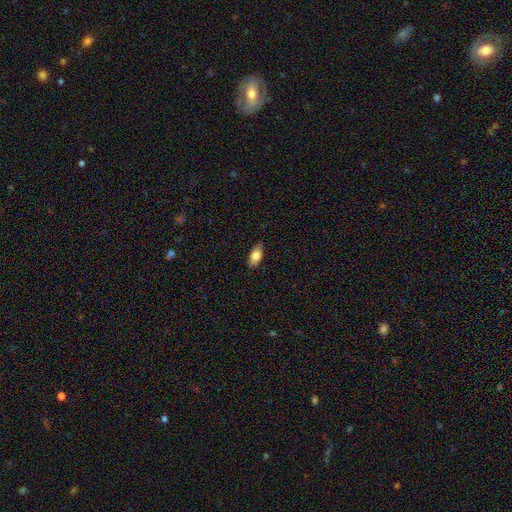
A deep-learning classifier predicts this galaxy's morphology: smooth_or_featured: smooth (p=0.79) [alt: featured or disk p=0.15]
how_rounded: in between (p=0.89) [alt: cigar-shaped p=0.08]
merging: none (p=0.86) [alt: minor disturbance p=0.11]